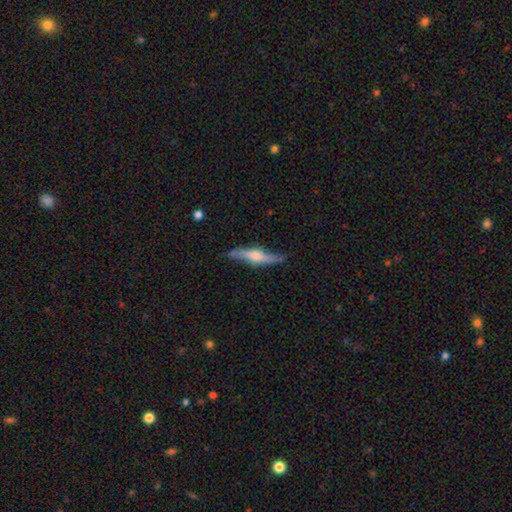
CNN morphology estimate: smooth_or_featured: featured or disk (p=0.64) [alt: smooth p=0.30]
disk_edge_on: yes (p=0.85) [alt: no p=0.15]
edge_on_bulge: rounded (p=0.84) [alt: boxy p=0.08]
merging: none (p=0.80) [alt: minor disturbance p=0.15]